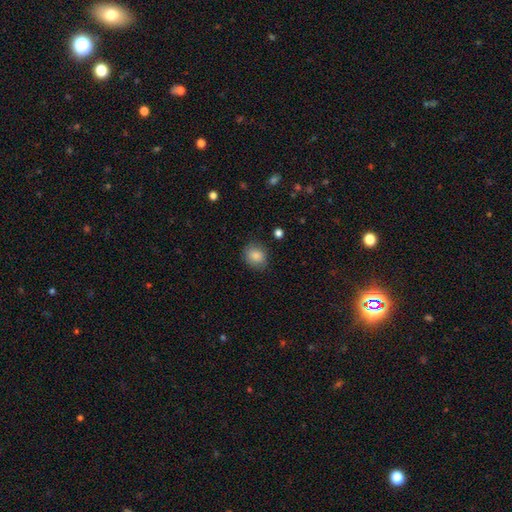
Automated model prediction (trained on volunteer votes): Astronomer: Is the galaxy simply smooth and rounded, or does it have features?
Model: smooth — 87%.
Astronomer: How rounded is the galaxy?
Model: round — 58% (runner-up: in between, 41%).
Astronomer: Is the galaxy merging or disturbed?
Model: none — 79%.